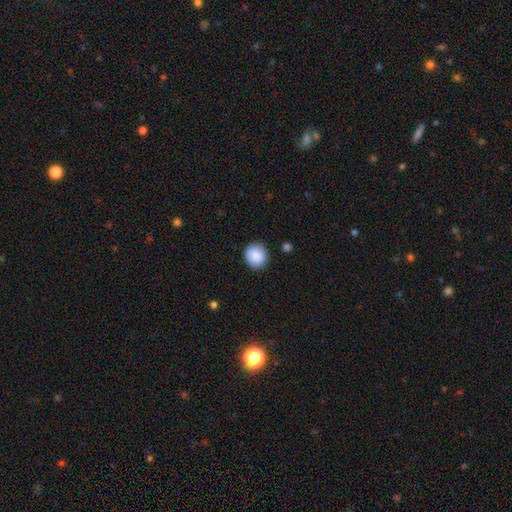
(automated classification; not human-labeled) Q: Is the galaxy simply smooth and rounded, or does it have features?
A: smooth — 88%.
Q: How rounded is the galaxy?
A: round — 88%.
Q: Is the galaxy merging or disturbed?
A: none — 89%.